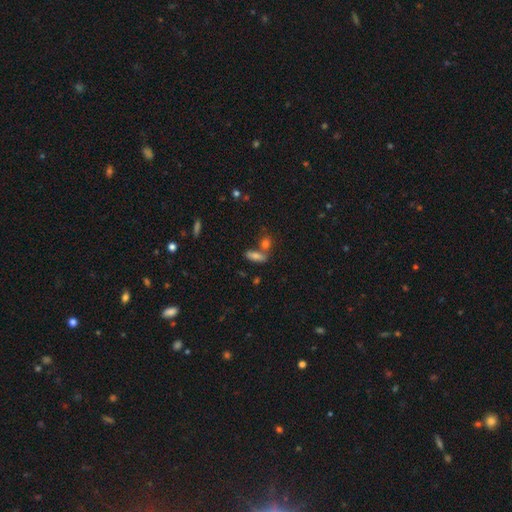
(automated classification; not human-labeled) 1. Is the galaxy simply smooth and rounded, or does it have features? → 72% smooth, 16% featured or disk, 12% star or artifact.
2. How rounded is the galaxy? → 62% in between, 32% cigar-shaped, 6% round.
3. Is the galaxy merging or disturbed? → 57% none, 28% merger, 11% minor disturbance, 4% major disturbance.